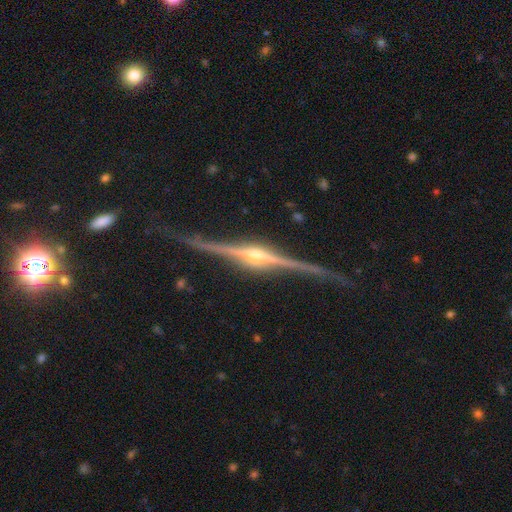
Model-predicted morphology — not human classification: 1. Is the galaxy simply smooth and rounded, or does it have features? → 92% featured or disk, 5% star or artifact, 3% smooth.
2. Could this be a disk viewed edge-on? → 98% yes, 2% no.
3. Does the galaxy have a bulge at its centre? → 92% rounded, 5% boxy, 3% none.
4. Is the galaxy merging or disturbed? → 85% none, 11% minor disturbance, 2% major disturbance, 2% merger.